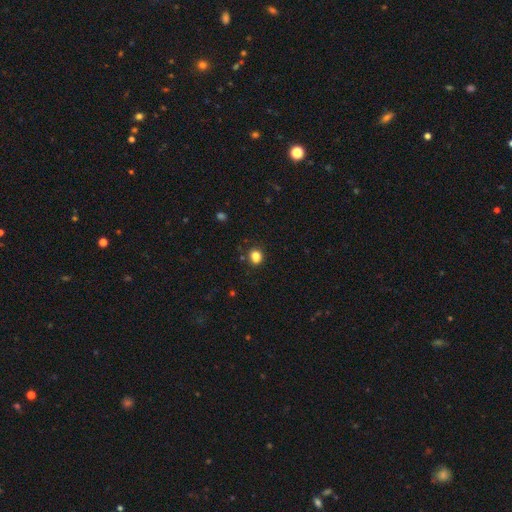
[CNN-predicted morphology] This is clearly a smooth galaxy (81%). How rounded: possibly round (59%). Merging: likely none (74%).